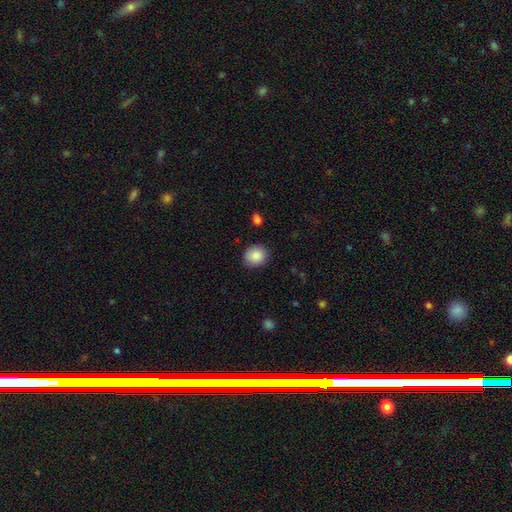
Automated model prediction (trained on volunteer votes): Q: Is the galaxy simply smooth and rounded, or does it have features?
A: smooth — 86%.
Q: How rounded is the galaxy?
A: round — 75%.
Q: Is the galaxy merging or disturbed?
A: none — 87%.